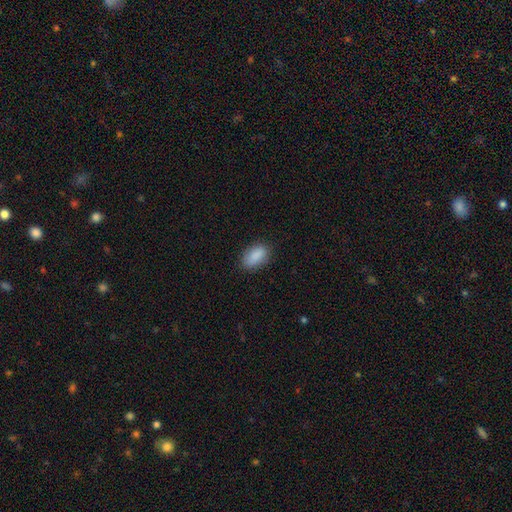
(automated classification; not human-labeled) smooth-or-featured: smooth: 88% | star or artifact: 7% | featured or disk: 6%
  how-rounded: in between: 90% | round: 6% | cigar-shaped: 4%
  merging: none: 81% | minor disturbance: 15% | major disturbance: 3% | merger: 1%